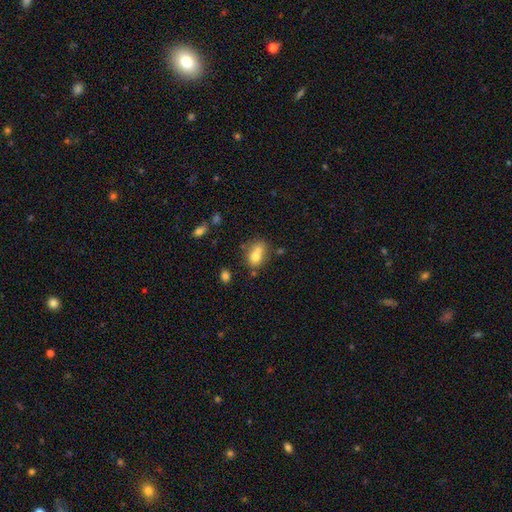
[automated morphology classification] A smooth galaxy with no disk features (70%) that is in between round and cigar-shaped (57%). Merging: merger (53%).